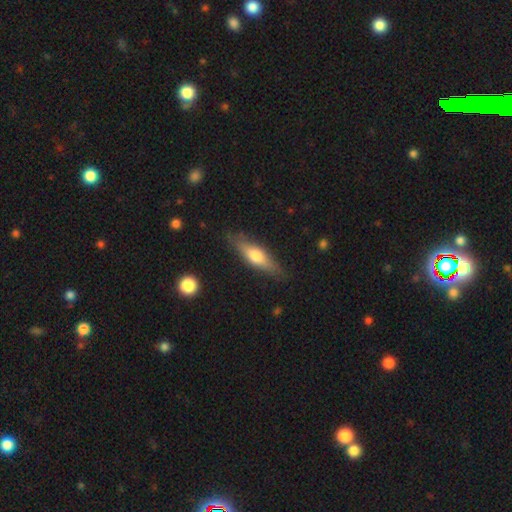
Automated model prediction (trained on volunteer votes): A smooth galaxy with no disk features (52%) that is cigar-shaped (62%).

Vote fractions:
- Smooth or featured? smooth: 52% / featured or disk: 42% / star or artifact: 6%
- How rounded? cigar-shaped: 62% / in between: 36% / round: 3%
- Merging? none: 81% / minor disturbance: 14% / major disturbance: 3% / merger: 1%